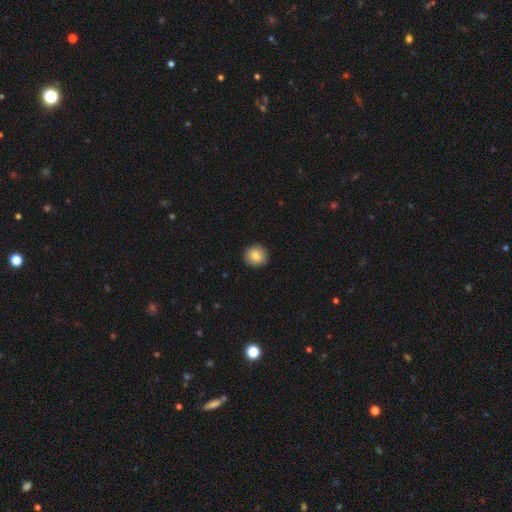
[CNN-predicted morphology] smooth 83%, featured or disk 9%, star or artifact 8%. Down the decision tree: how rounded — round (91%); merging — none (91%).